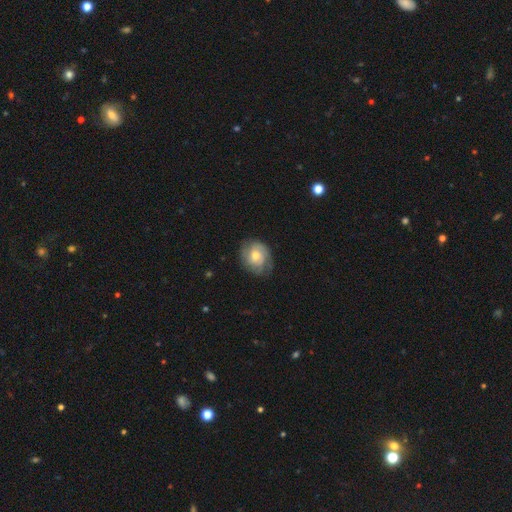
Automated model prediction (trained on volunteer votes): Smooth or featured? Predicted: featured or disk (p=0.55). Edge-on disk? Predicted: no (p=0.97). Bar? Predicted: no (p=0.72). Spiral arms? Predicted: yes (p=0.81). Bulge size? Predicted: moderate (p=0.66). Merging? Predicted: none (p=0.67).